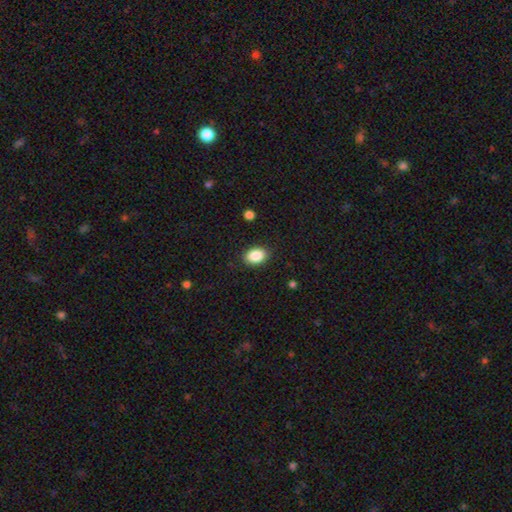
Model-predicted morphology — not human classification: Smooth or featured?
  - smooth: 88% *
  - star or artifact: 8%
  - featured or disk: 4%
How rounded?
  - in between: 80% *
  - round: 19%
  - cigar-shaped: 1%
Merging?
  - none: 88% *
  - minor disturbance: 8%
  - major disturbance: 2%
  - merger: 1%